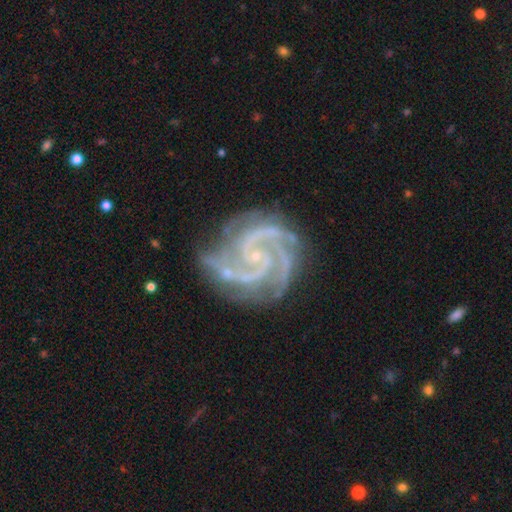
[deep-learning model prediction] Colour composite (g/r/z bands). It shows a featured or disk galaxy (93%) with no bar (60%), 3 (43%) tight (55%) spiral arms (99%) and a small central bulge (85%). Merging: none (68%).